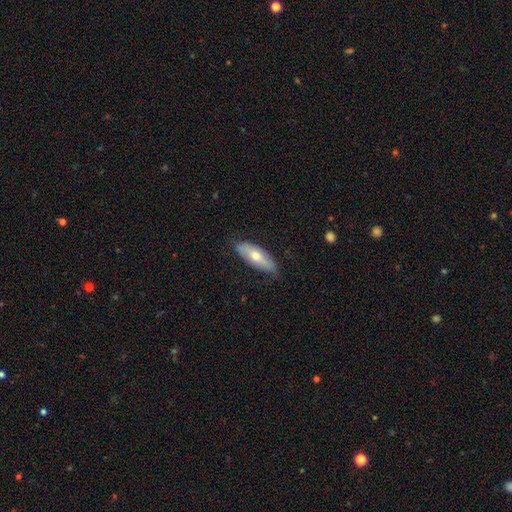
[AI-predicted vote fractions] Smooth or featured? smooth (56%)
How rounded? in between (72%)
Merging? none (78%)